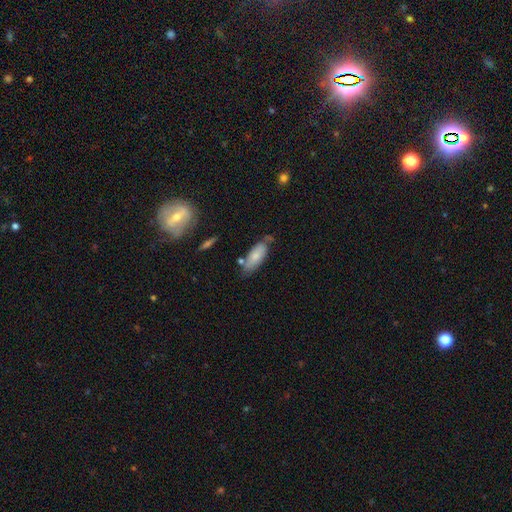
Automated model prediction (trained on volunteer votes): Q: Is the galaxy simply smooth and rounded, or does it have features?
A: smooth — 77%.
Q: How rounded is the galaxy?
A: in between — 79%.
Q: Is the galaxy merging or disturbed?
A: none — 61%.